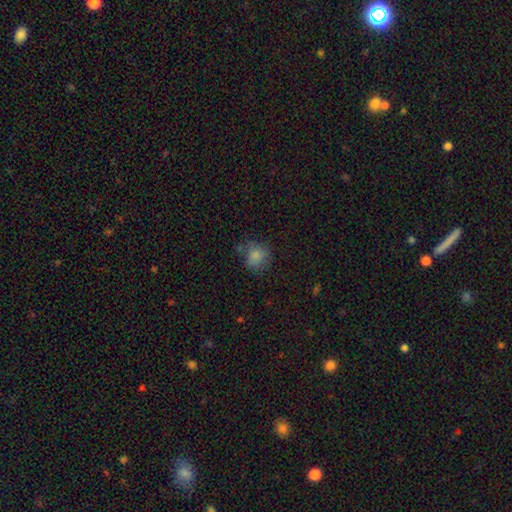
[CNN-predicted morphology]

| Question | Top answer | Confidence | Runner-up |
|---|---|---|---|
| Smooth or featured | smooth | 80% | star or artifact (11%) |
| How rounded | round | 76% | in between (23%) |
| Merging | none | 58% | minor disturbance (26%) |